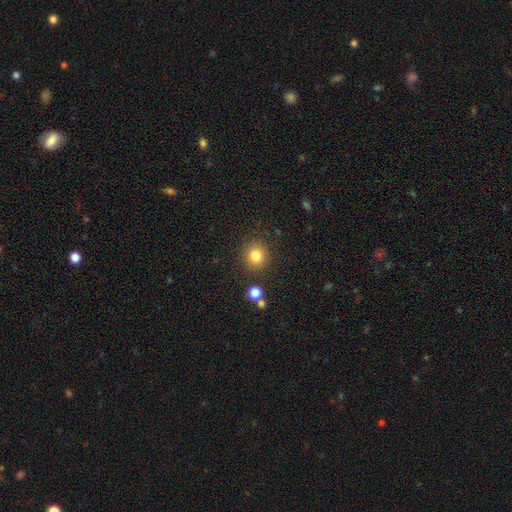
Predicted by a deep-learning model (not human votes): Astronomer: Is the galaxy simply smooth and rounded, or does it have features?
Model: smooth — 81%.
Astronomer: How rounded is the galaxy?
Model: round — 92%.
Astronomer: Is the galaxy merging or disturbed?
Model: none — 88%.